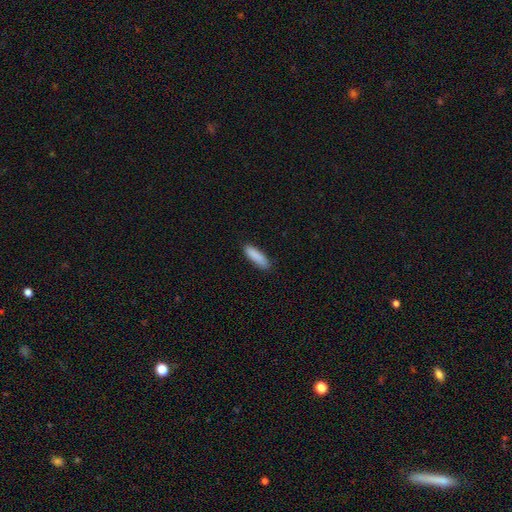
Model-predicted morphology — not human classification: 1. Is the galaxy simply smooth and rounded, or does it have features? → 89% smooth, 6% star or artifact, 5% featured or disk.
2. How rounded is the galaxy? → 62% cigar-shaped, 37% in between, 1% round.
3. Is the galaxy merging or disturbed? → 86% none, 11% minor disturbance, 2% major disturbance, 1% merger.